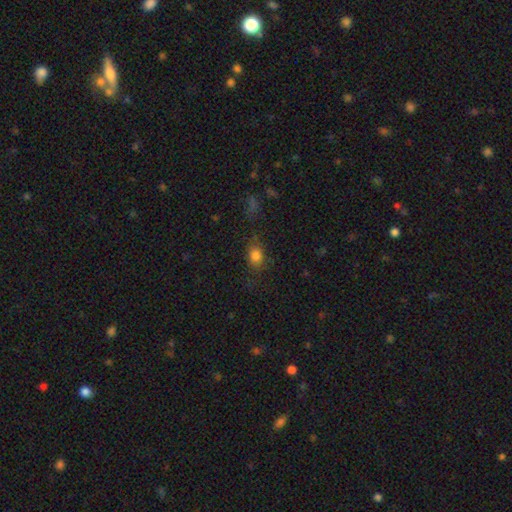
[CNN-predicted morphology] Overall: smooth (79%). How rounded: in between (60%; round 37%). Merging: none (68%).